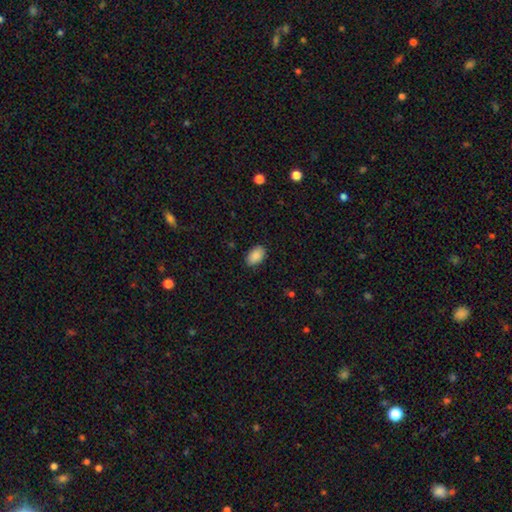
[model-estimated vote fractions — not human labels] Smooth or featured? Predicted: smooth (p=0.90). How rounded? Predicted: in between (p=0.93). Merging? Predicted: none (p=0.87).